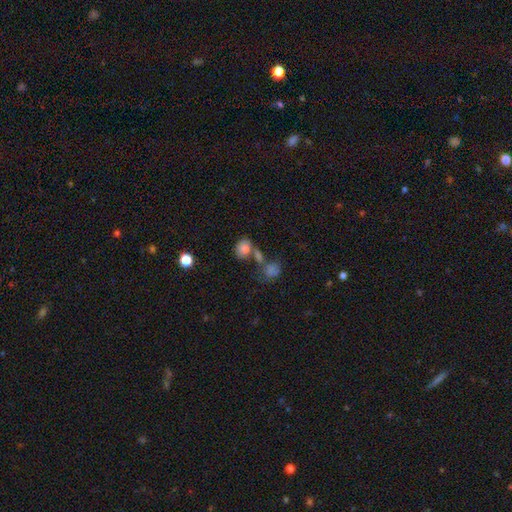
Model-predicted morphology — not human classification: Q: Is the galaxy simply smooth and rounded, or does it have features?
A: smooth — 42%.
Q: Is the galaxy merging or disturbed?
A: none — 48%.